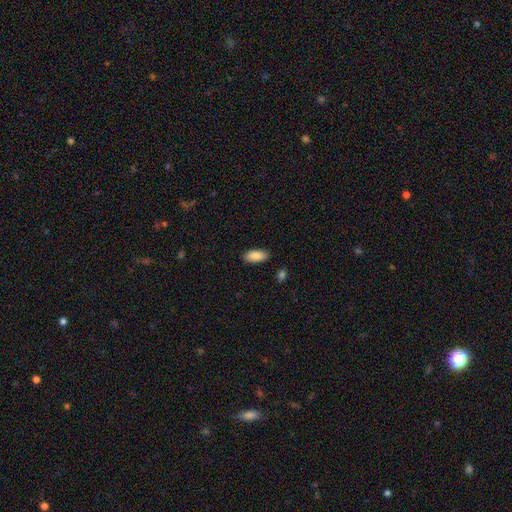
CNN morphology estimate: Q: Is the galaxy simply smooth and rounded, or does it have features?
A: smooth — 89%.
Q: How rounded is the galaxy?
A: in between — 88%.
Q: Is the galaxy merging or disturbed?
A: none — 88%.